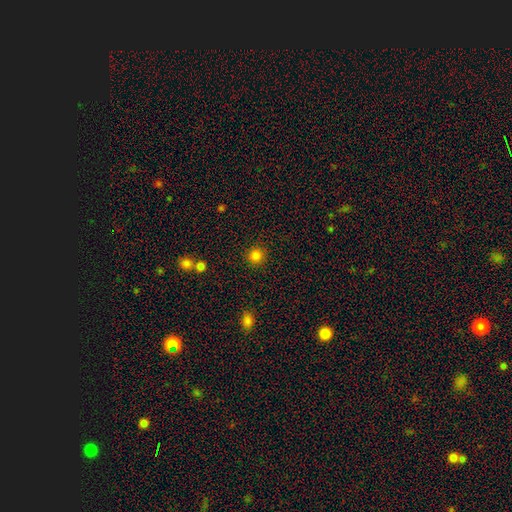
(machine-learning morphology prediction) smooth 84%, star or artifact 13%, featured or disk 3%. Down the decision tree: how rounded — round (93%); merging — none (90%).